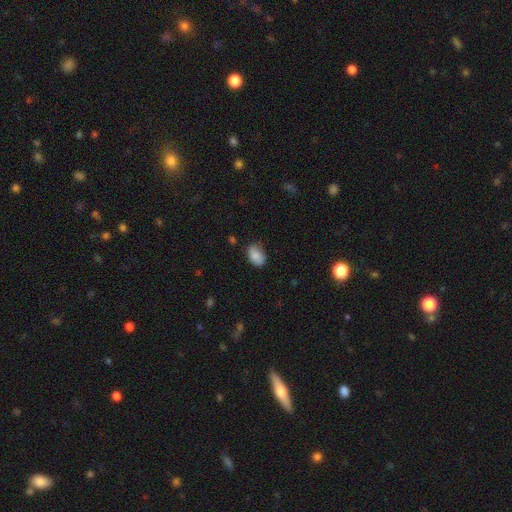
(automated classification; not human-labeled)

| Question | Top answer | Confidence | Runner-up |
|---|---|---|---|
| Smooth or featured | smooth | 87% | star or artifact (8%) |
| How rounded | in between | 86% | round (13%) |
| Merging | none | 68% | minor disturbance (26%) |